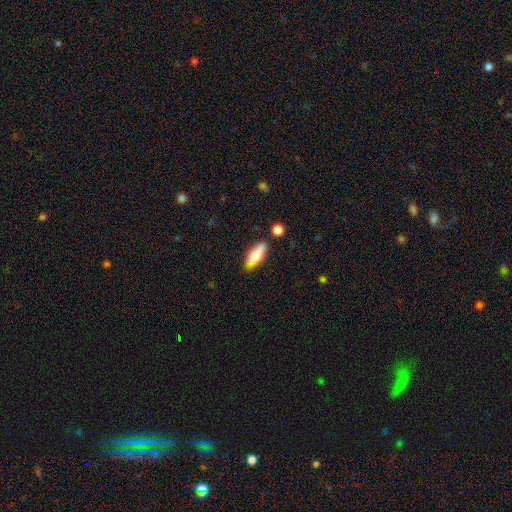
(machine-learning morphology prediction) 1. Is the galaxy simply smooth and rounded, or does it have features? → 71% smooth, 22% featured or disk, 7% star or artifact.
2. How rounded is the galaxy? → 66% in between, 32% cigar-shaped, 3% round.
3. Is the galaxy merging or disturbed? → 71% none, 19% minor disturbance, 6% merger, 4% major disturbance.